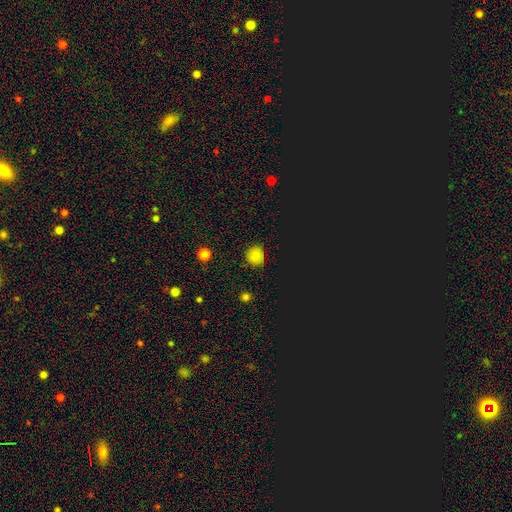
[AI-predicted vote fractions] smooth_or_featured: smooth (p=0.70) [alt: star or artifact p=0.24]
how_rounded: round (p=0.85) [alt: in between p=0.14]
merging: none (p=0.83) [alt: minor disturbance p=0.13]